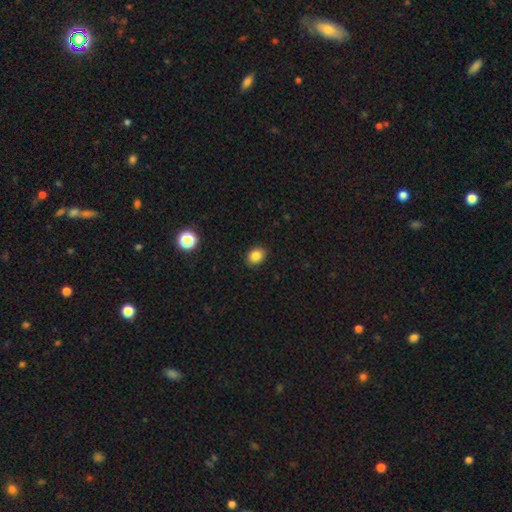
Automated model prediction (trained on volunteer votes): Q: Smooth or featured?
A: smooth (84%); runner-up: star or artifact (11%)
Q: How rounded?
A: in between (56%); runner-up: round (43%)
Q: Merging?
A: none (89%); runner-up: minor disturbance (8%)